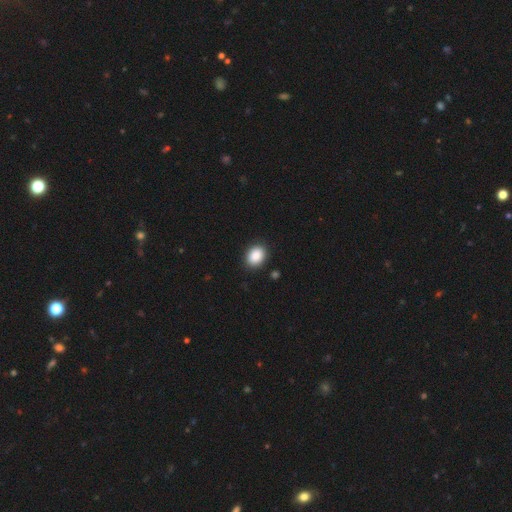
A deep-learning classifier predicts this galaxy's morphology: Q: Smooth or featured?
A: smooth (88%); runner-up: star or artifact (8%)
Q: How rounded?
A: in between (58%); runner-up: round (41%)
Q: Merging?
A: none (88%); runner-up: minor disturbance (8%)